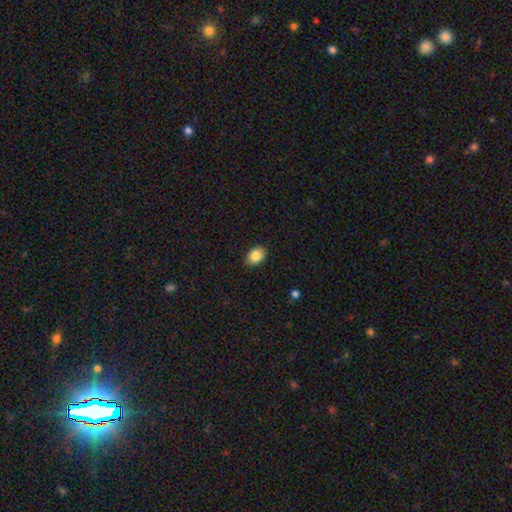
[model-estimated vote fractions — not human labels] Overall: smooth (85%). How rounded: in between (78%). Merging: none (89%).